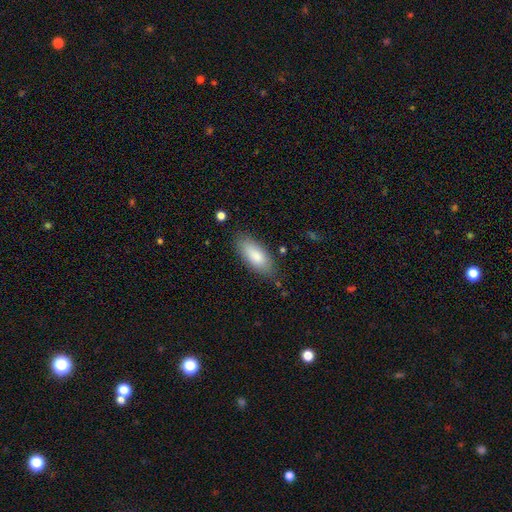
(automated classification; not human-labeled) Smooth or featured? Predicted: smooth (p=0.85). How rounded? Predicted: in between (p=0.81). Merging? Predicted: none (p=0.81).